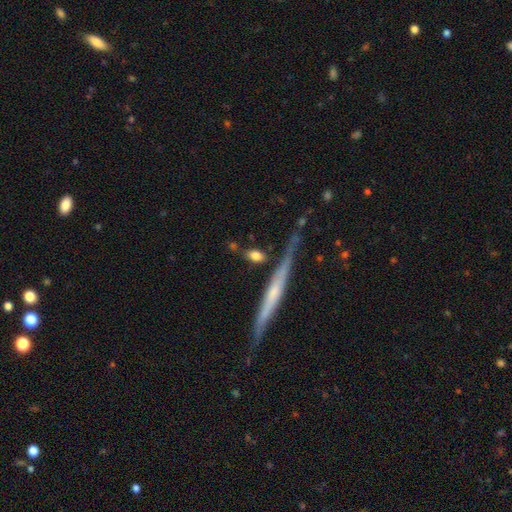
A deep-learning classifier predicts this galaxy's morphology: Smooth or featured: smooth — 75% (featured or disk — 16%)
How rounded: in between — 63% (cigar-shaped — 19%)
Merging: none — 71% (minor disturbance — 15%)